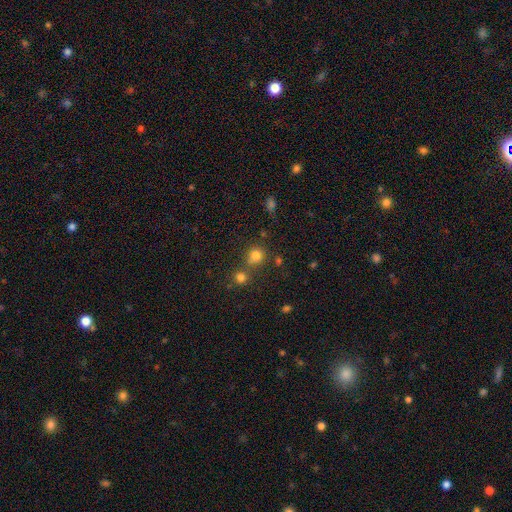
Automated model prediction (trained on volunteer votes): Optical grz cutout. It shows a smooth galaxy with no disk features (78%) that is round (86%). Merging: none (64%).